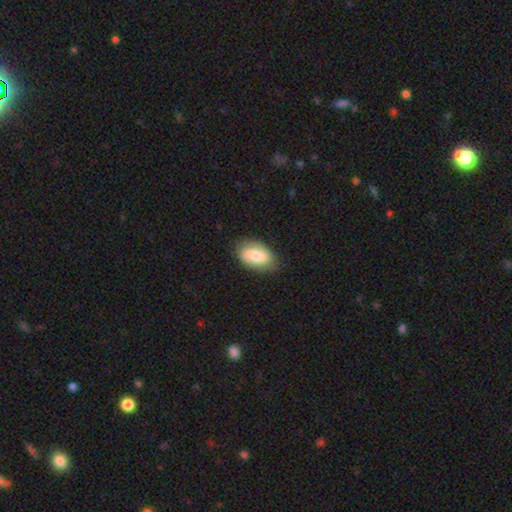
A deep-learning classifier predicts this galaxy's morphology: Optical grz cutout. It shows a smooth galaxy with no disk features (52%) that is in between round and cigar-shaped (91%). Merging: none (81%).